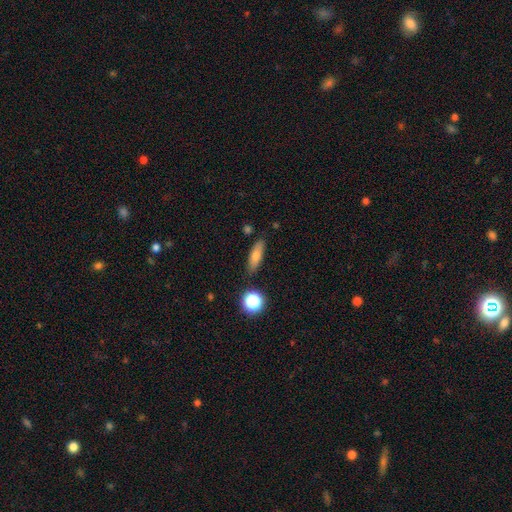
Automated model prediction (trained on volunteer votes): smooth-or-featured: smooth: 69% | featured or disk: 20% | star or artifact: 11%
  how-rounded: cigar-shaped: 48% | in between: 46% | round: 6%
  merging: none: 85% | minor disturbance: 10% | merger: 3% | major disturbance: 2%